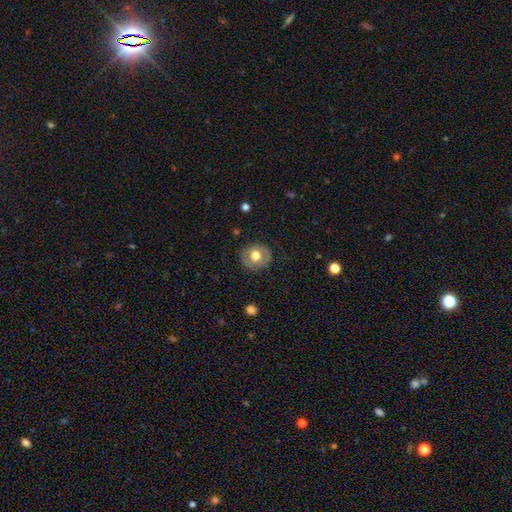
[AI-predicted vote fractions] Q: Smooth or featured?
A: smooth (63%); runner-up: featured or disk (29%)
Q: How rounded?
A: round (83%); runner-up: in between (17%)
Q: Merging?
A: none (85%); runner-up: minor disturbance (11%)